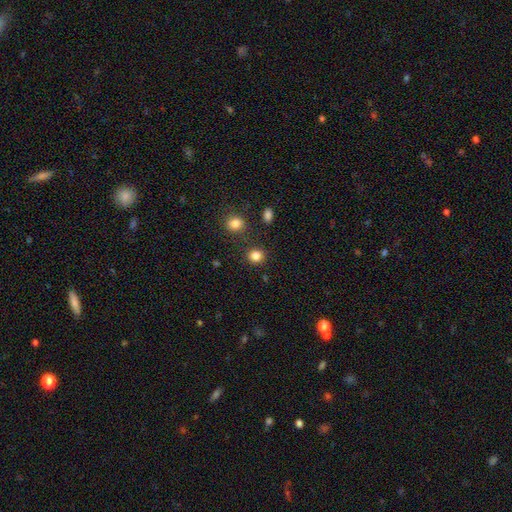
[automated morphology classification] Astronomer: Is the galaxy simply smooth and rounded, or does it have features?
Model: smooth — 84%.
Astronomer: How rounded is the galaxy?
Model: round — 87%.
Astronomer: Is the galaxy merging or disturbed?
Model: none — 86%.